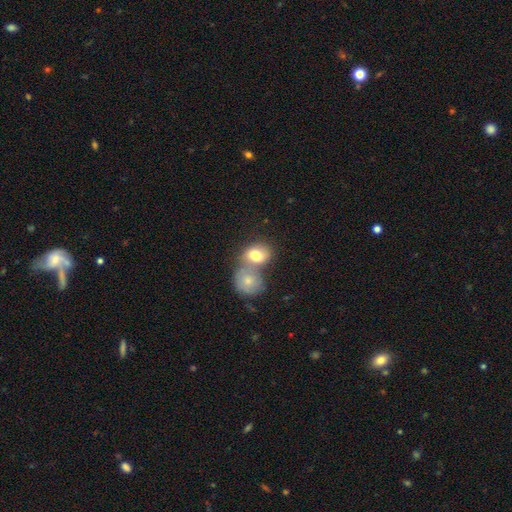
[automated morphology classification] Overall: smooth (75%). How rounded: in between (52%; round 47%). Merging: merger (61%; none 26%).